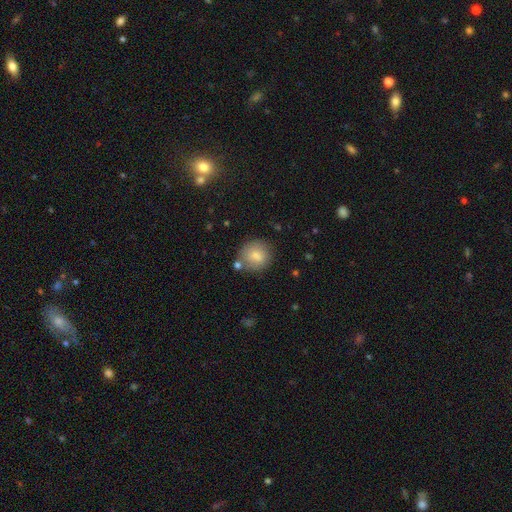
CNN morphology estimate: This is likely a smooth galaxy (80%). How rounded: clearly round (86%). Merging: likely none (73%).